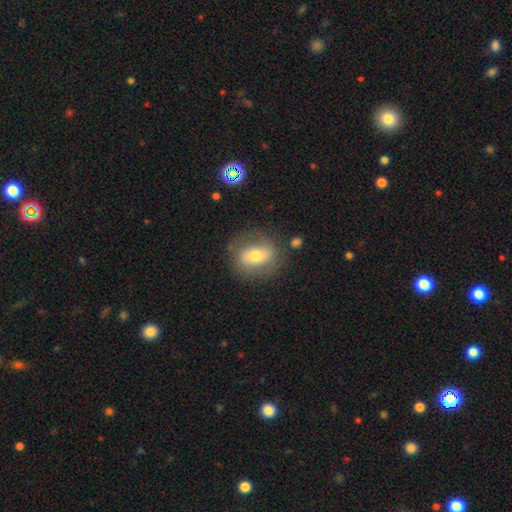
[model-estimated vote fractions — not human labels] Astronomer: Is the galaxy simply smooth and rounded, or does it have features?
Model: smooth — 52% (runner-up: featured or disk, 40%).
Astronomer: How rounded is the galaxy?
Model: in between — 59% (runner-up: round, 38%).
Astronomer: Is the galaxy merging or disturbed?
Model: none — 73%.